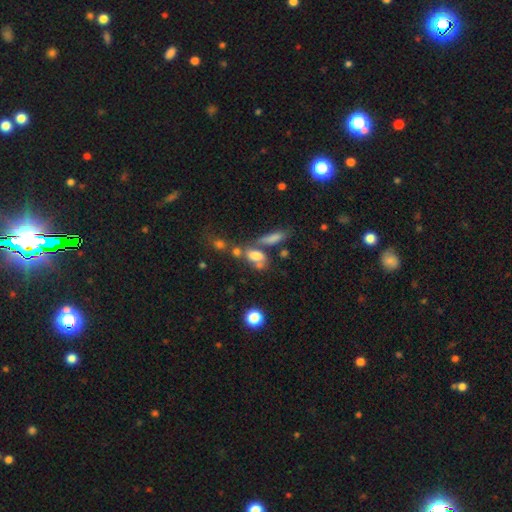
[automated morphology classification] This is likely a smooth galaxy (69%). How rounded: likely in between (73%). Merging: marginally merger (39%).